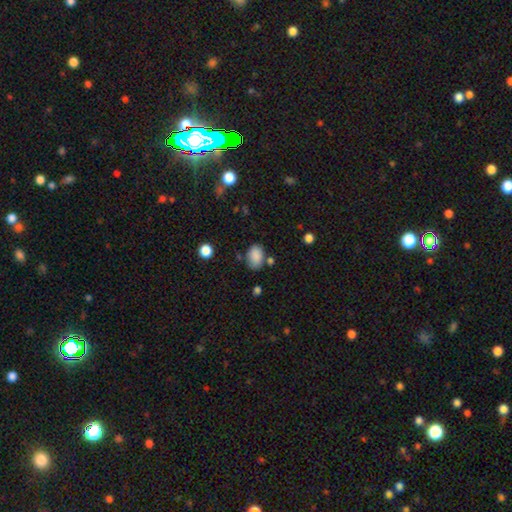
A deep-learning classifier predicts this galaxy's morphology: The model was most divided on "merging": none: 68%, minor disturbance: 20%, merger: 7%, major disturbance: 5%. More confident: smooth or featured — smooth (86%); how rounded — in between (81%).